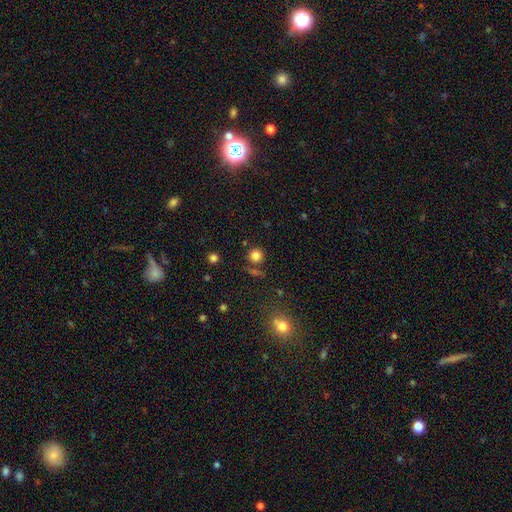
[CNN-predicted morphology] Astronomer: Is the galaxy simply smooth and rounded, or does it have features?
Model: smooth — 80%.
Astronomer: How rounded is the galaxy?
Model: round — 92%.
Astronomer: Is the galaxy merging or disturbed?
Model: none — 77%.